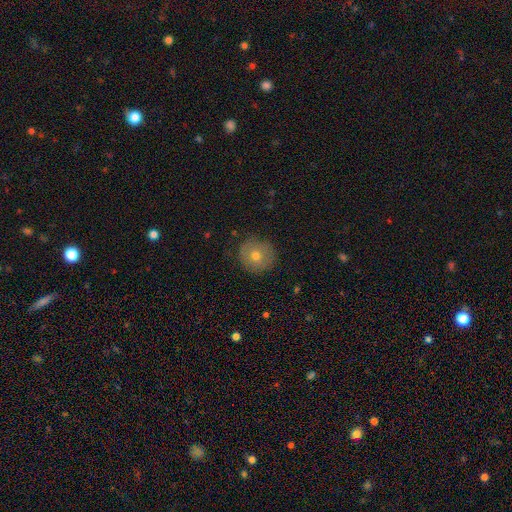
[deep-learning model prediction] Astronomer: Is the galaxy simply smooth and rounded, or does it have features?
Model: smooth — 67%.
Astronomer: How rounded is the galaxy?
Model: round — 94%.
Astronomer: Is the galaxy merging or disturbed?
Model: none — 87%.